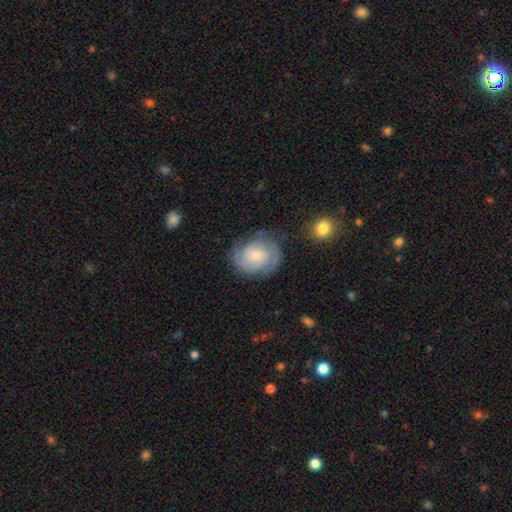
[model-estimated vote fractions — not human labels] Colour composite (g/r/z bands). It shows a featured or disk galaxy (55%) with no bar (69%), spiral arms (83%) and a small central bulge (59%). Merging: none (67%).